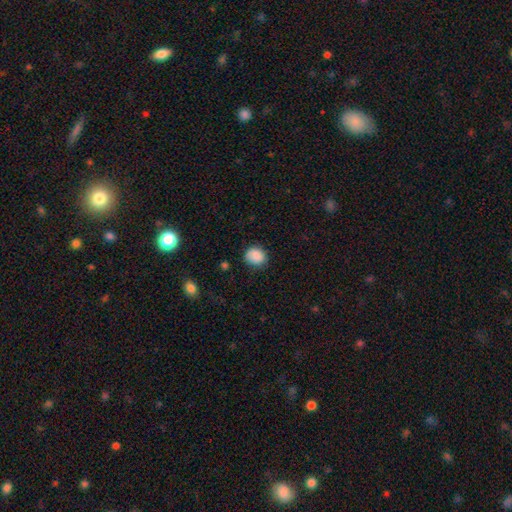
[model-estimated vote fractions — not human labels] A smooth galaxy with no disk features (87%) that is round (66%). Merging: none (78%).